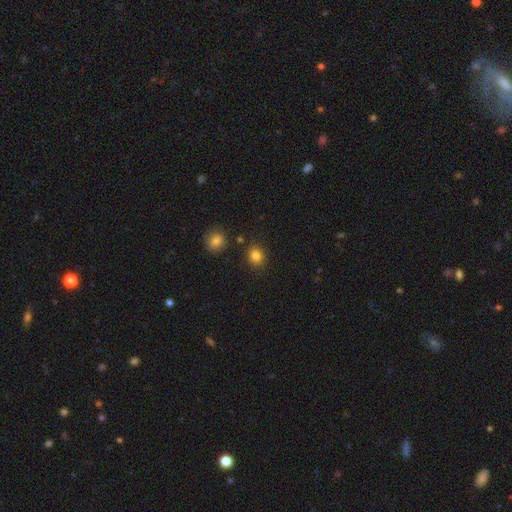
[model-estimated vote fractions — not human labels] smooth-or-featured: smooth: 83% | star or artifact: 12% | featured or disk: 5%
  how-rounded: round: 73% | in between: 26% | cigar-shaped: 1%
  merging: none: 84% | minor disturbance: 9% | merger: 4% | major disturbance: 3%